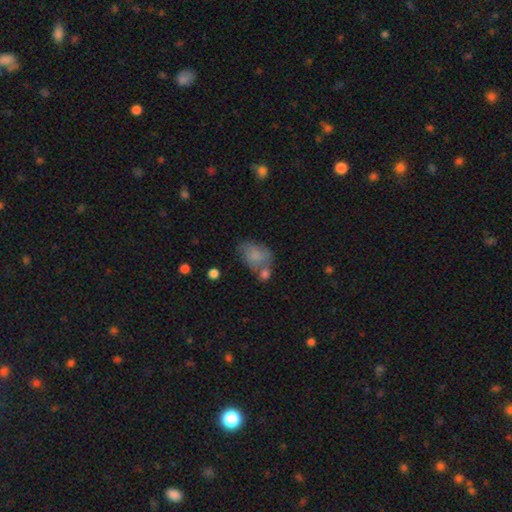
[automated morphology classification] smooth_or_featured: smooth (p=0.73) [alt: featured or disk p=0.19]
how_rounded: in between (p=0.79) [alt: round p=0.20]
merging: none (p=0.34) [alt: merger p=0.30]